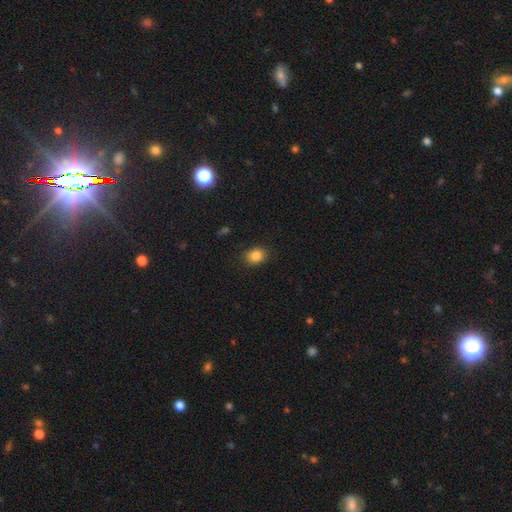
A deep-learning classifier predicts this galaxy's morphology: This is clearly a smooth galaxy (86%). How rounded: possibly round (56%). Merging: clearly none (85%).